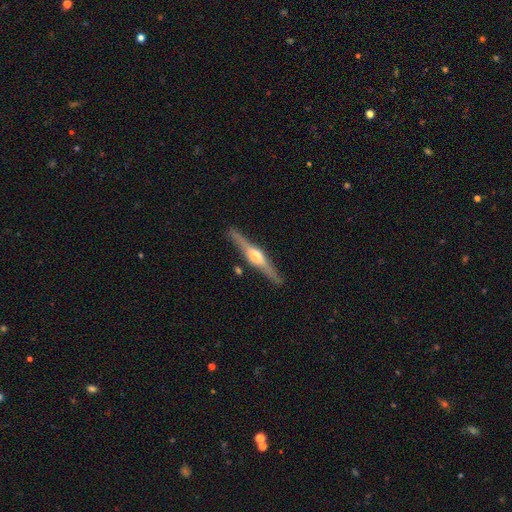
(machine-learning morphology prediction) Smooth or featured? Predicted: featured or disk (p=0.80). Edge-on disk? Predicted: yes (p=0.98). Edge-on bulge? Predicted: rounded (p=0.88). Merging? Predicted: none (p=0.89).